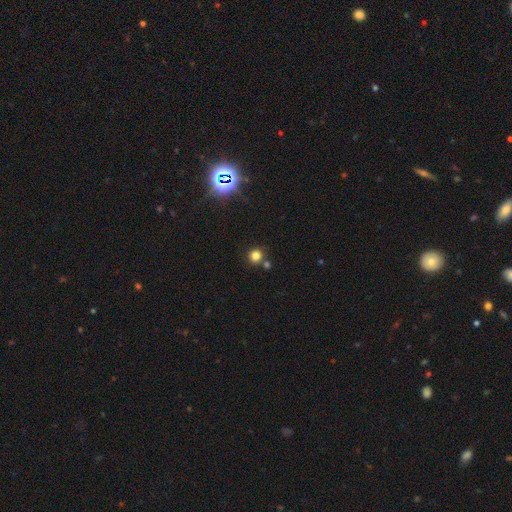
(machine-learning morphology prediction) Overall: smooth (77%). How rounded: round (91%). Merging: none (75%).